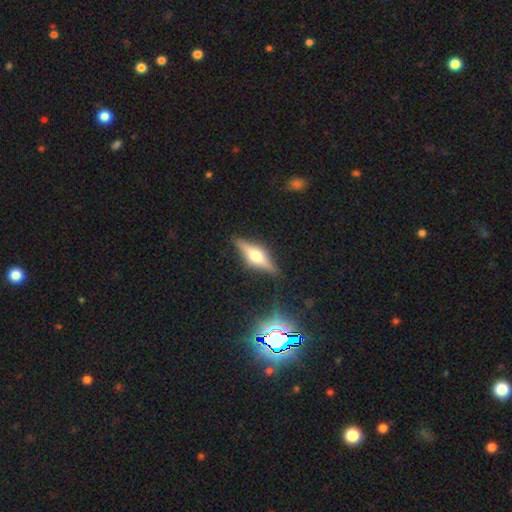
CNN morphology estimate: Smooth or featured?
  - featured or disk: 66% *
  - smooth: 25%
  - star or artifact: 9%
Edge-on disk?
  - yes: 94% *
  - no: 6%
Edge-on bulge?
  - rounded: 92% *
  - boxy: 6%
  - none: 2%
Merging?
  - none: 84% *
  - minor disturbance: 11%
  - major disturbance: 3%
  - merger: 2%